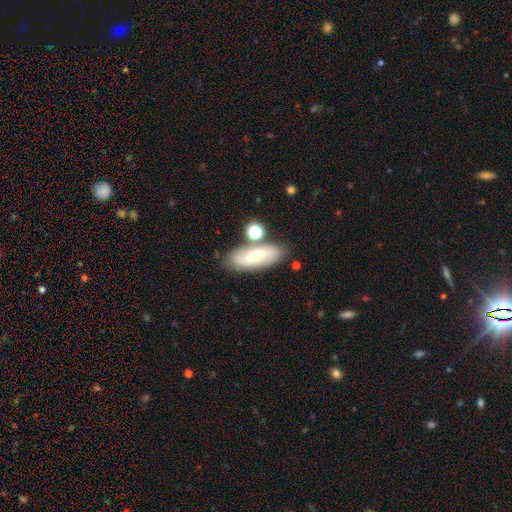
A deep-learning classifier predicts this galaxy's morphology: Smooth or featured?
  - smooth: 56% *
  - featured or disk: 35%
  - star or artifact: 8%
How rounded?
  - in between: 72% *
  - cigar-shaped: 24%
  - round: 4%
Merging?
  - none: 71% *
  - minor disturbance: 14%
  - merger: 10%
  - major disturbance: 4%